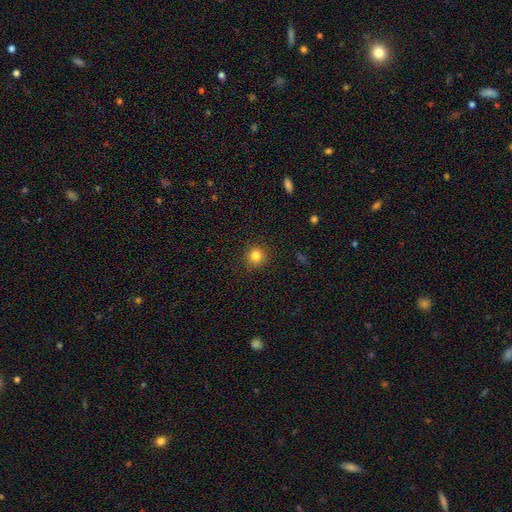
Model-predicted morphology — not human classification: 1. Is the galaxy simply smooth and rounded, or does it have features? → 83% smooth, 12% star or artifact, 5% featured or disk.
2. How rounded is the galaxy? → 93% round, 6% in between, 1% cigar-shaped.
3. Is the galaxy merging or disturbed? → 90% none, 7% minor disturbance, 2% major disturbance, 1% merger.